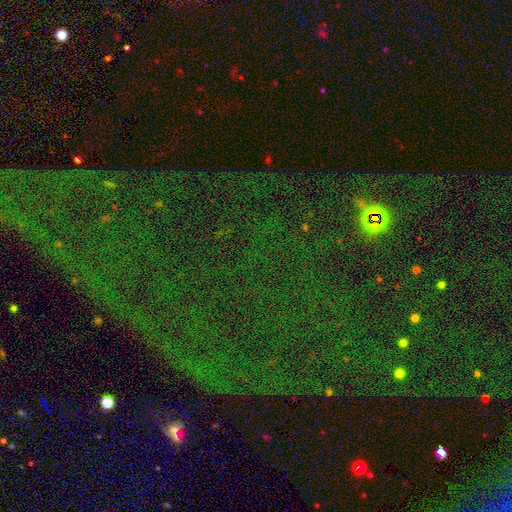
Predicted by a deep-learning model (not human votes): A star or artifact, not a galaxy (80%).

Vote fractions:
- Smooth or featured? star or artifact: 80% / featured or disk: 10% / smooth: 10%